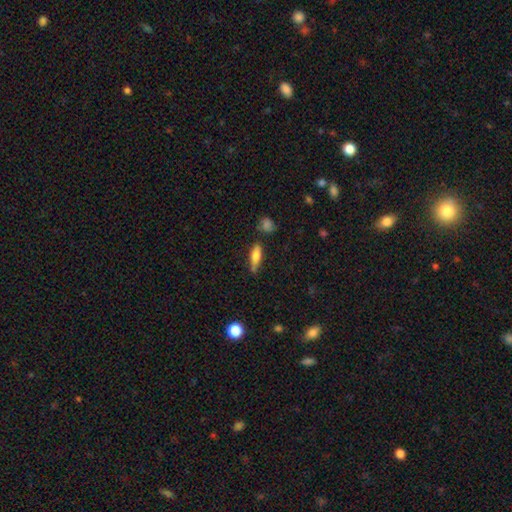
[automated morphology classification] This appears to be a smooth galaxy with no disk features (72%) that is in between round and cigar-shaped (51%). Merging: none (65%).